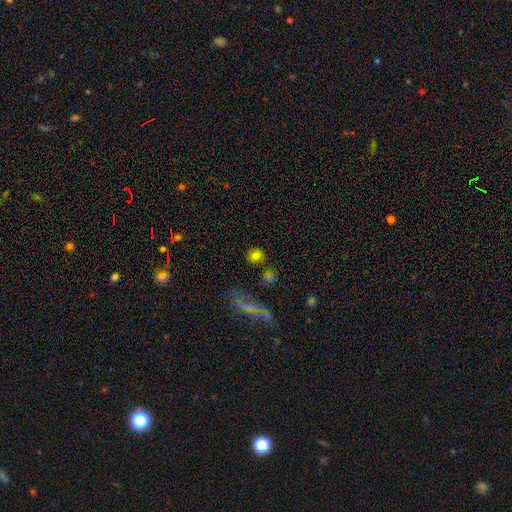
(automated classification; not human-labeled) Smooth or featured? Predicted: smooth (p=0.74). How rounded? Predicted: round (p=0.70). Merging? Predicted: none (p=0.79).